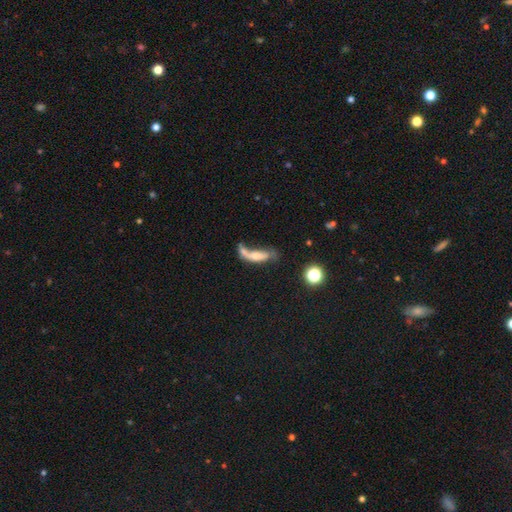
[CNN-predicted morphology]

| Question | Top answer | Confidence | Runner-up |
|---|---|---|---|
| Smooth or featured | smooth | 48% | featured or disk (42%) |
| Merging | merger | 37% | none (25%) |